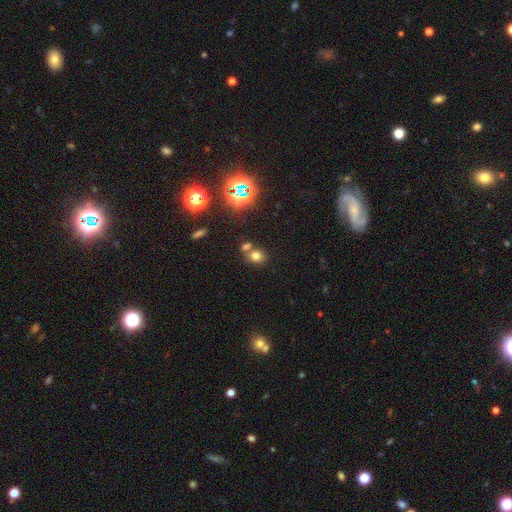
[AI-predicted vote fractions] smooth-or-featured: smooth: 70% | star or artifact: 21% | featured or disk: 9%
  how-rounded: round: 63% | in between: 36% | cigar-shaped: 1%
  merging: none: 56% | merger: 31% | minor disturbance: 9% | major disturbance: 3%